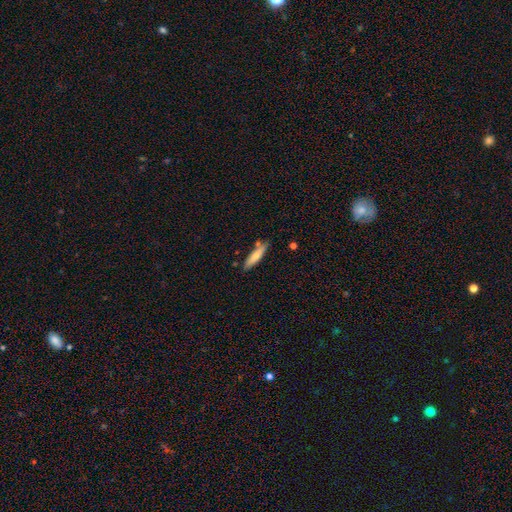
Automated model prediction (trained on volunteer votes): This is likely a smooth galaxy (75%). How rounded: clearly cigar-shaped (83%). Merging: likely none (77%).